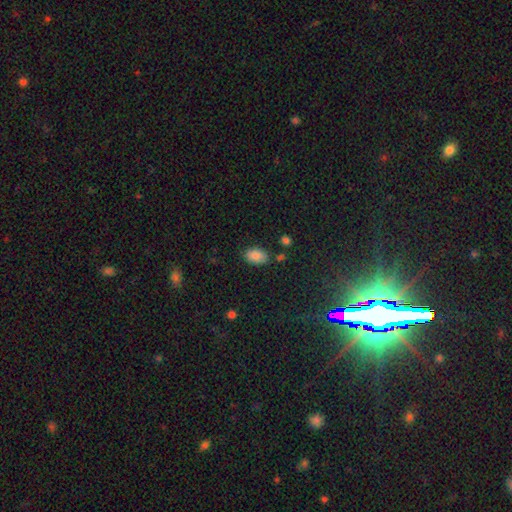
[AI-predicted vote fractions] Smooth or featured? Predicted: smooth (p=0.87). How rounded? Predicted: in between (p=0.91). Merging? Predicted: none (p=0.79).